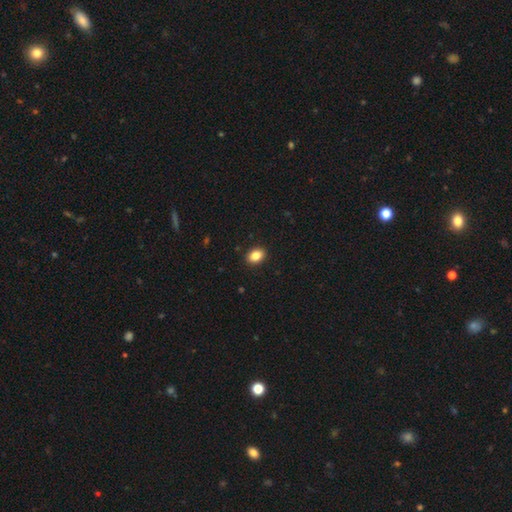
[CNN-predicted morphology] smooth 85%, star or artifact 9%, featured or disk 6%. Down the decision tree: how rounded — in between (70%); merging — none (91%).